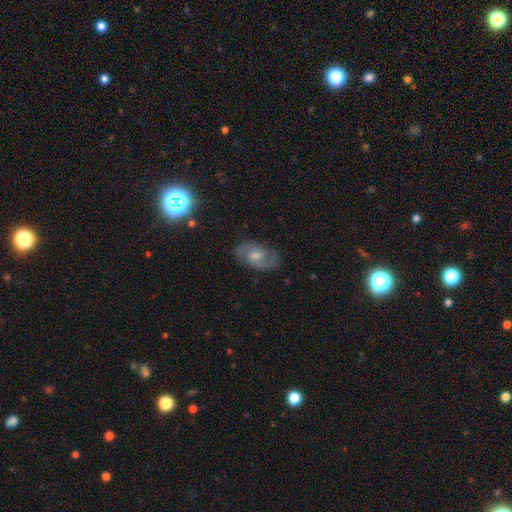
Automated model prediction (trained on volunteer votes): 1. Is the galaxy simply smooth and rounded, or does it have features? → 78% featured or disk, 15% smooth, 7% star or artifact.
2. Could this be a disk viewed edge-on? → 96% no, 4% yes.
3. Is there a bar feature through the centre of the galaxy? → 54% weak, 36% no, 10% strong.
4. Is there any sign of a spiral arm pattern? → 95% yes, 5% no.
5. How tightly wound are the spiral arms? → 57% medium, 22% tight, 21% loose.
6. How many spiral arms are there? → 90% 2, 5% can't tell, 2% 1, 1% 3, 1% 4, 1% more than 4.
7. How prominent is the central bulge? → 44% moderate, 39% small, 11% none, 5% large, 1% dominant.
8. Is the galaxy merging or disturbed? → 80% none, 14% minor disturbance, 5% major disturbance, 1% merger.